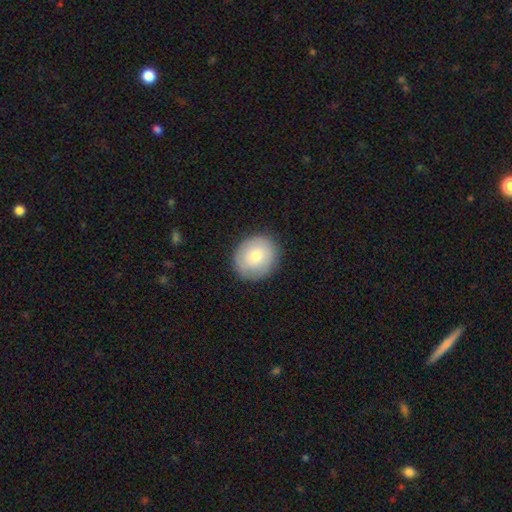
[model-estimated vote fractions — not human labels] Smooth or featured?
  - smooth: 73% *
  - featured or disk: 19%
  - star or artifact: 8%
How rounded?
  - round: 76% *
  - in between: 23%
  - cigar-shaped: 1%
Merging?
  - none: 87% *
  - minor disturbance: 10%
  - major disturbance: 2%
  - merger: 1%